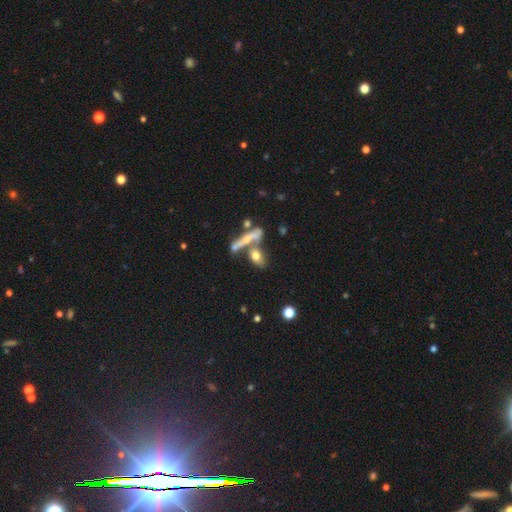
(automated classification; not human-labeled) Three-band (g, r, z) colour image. It shows a smooth galaxy with no disk features (56%) that is in between round and cigar-shaped (58%). Merging: merger (41%).